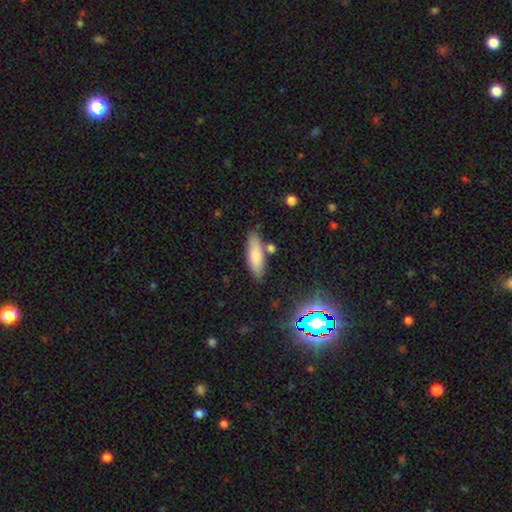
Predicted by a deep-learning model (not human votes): A smooth galaxy with no disk features (80%) that is cigar-shaped (49%, tied with in between). Merging: none (76%).